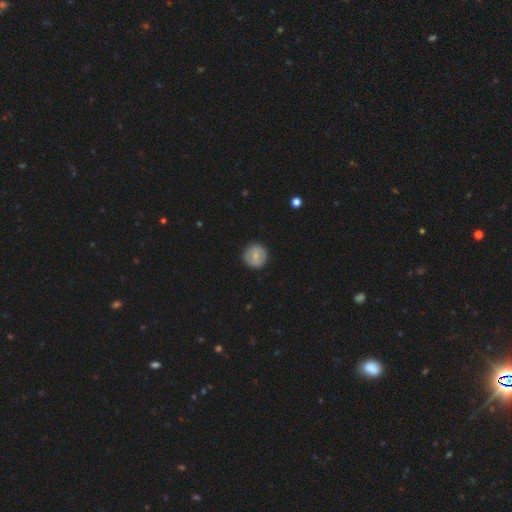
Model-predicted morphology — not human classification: smooth 60%, featured or disk 34%, star or artifact 6%. Down the decision tree: how rounded — round (95%); merging — none (89%).